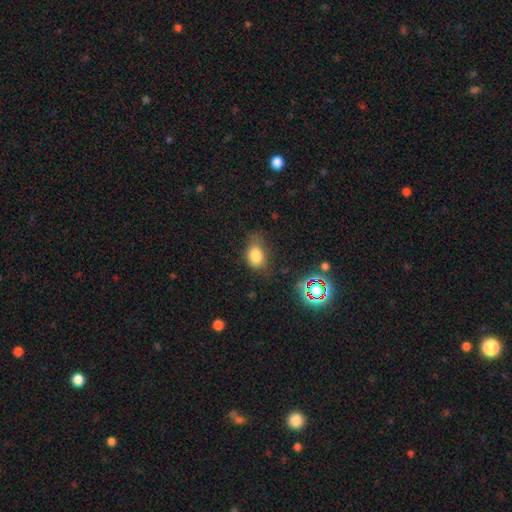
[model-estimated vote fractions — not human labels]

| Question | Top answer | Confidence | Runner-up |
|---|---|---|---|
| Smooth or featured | smooth | 78% | star or artifact (13%) |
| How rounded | in between | 72% | round (27%) |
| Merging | none | 53% | minor disturbance (31%) |